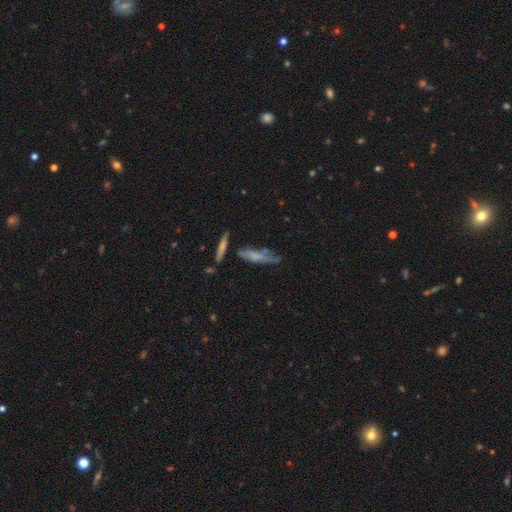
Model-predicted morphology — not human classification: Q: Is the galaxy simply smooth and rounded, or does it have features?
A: smooth — 50%.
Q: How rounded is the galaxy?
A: cigar-shaped — 73%.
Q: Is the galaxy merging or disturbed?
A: none — 55%.